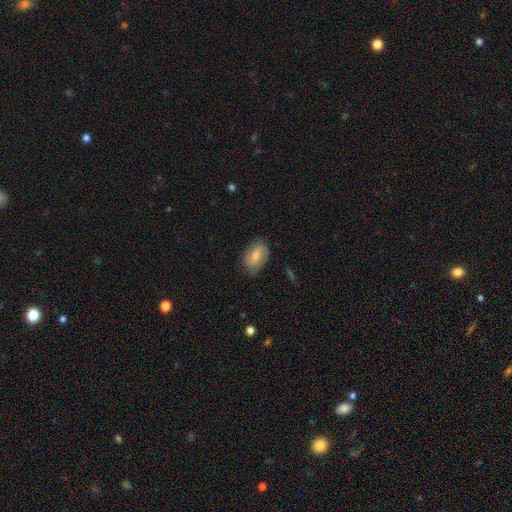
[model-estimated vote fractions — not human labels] Smooth or featured?
  - smooth: 53% *
  - featured or disk: 40%
  - star or artifact: 7%
How rounded?
  - in between: 81% *
  - round: 17%
  - cigar-shaped: 2%
Merging?
  - none: 76% *
  - minor disturbance: 18%
  - major disturbance: 4%
  - merger: 1%